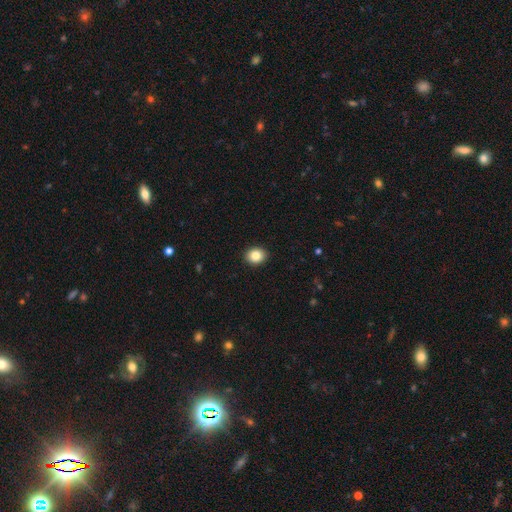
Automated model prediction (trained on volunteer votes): Smooth or featured?
  - smooth: 85% *
  - star or artifact: 9%
  - featured or disk: 6%
How rounded?
  - round: 58% *
  - in between: 41%
  - cigar-shaped: 1%
Merging?
  - none: 92% *
  - minor disturbance: 5%
  - major disturbance: 2%
  - merger: 1%